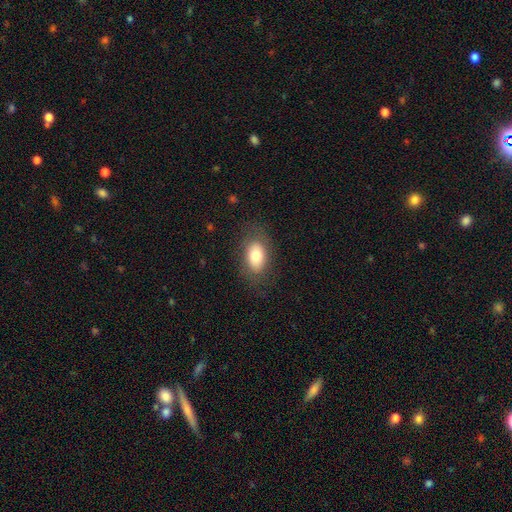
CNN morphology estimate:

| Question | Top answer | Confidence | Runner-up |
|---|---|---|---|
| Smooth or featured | smooth | 77% | featured or disk (15%) |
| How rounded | in between | 89% | round (9%) |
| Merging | none | 80% | minor disturbance (14%) |